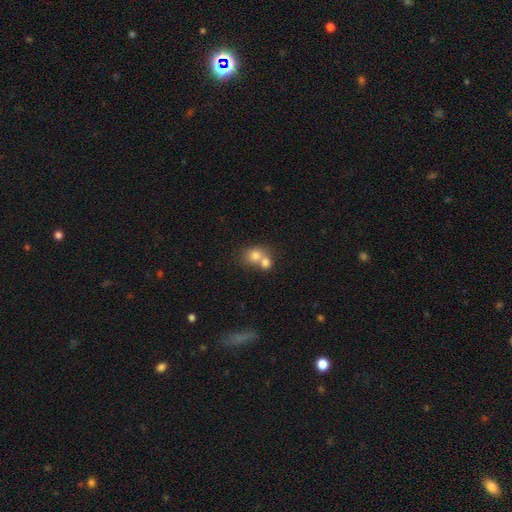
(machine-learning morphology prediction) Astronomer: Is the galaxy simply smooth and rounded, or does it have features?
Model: smooth — 75%.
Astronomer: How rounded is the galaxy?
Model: round — 66%.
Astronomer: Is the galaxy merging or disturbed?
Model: merger — 61%.